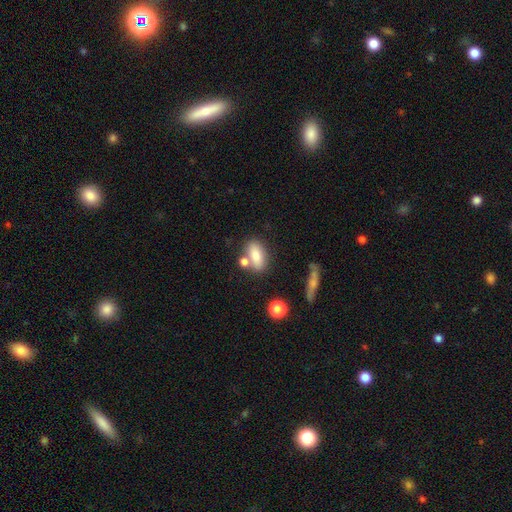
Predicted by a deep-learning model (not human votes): Morphology: type=smooth (77%); roundness=in between (82%); merging=none (62%).